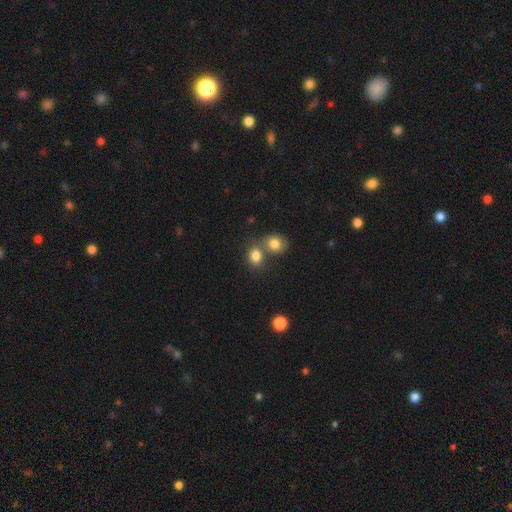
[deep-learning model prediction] smooth-or-featured: smooth: 81% | star or artifact: 11% | featured or disk: 8%
  how-rounded: round: 49% (tied) | in between: 49% (tied) | cigar-shaped: 1%
  merging: merger: 47% | none: 40% | minor disturbance: 9% | major disturbance: 4%